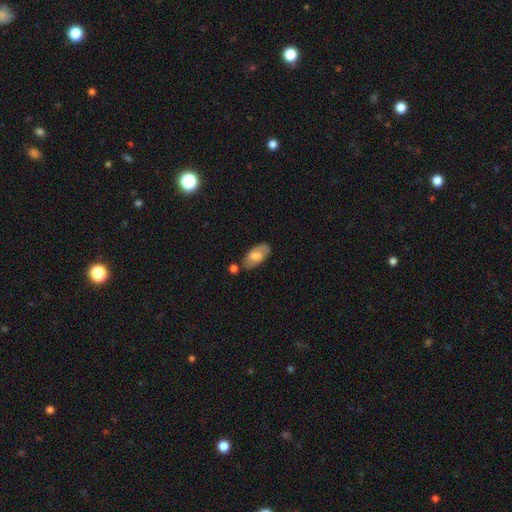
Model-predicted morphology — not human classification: smooth 62%, featured or disk 31%, star or artifact 6%. Down the decision tree: how rounded — in between (92%); merging — none (67%).